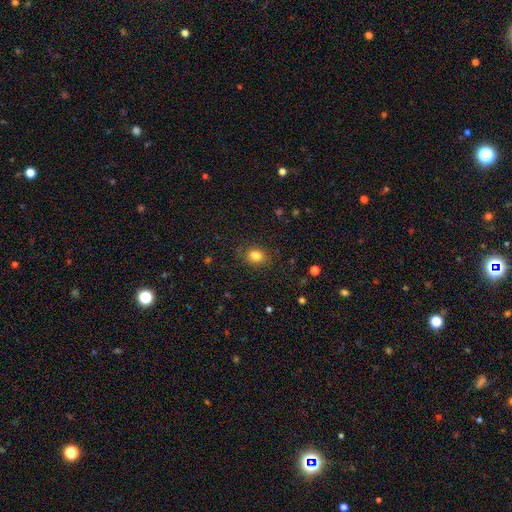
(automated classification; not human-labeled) Smooth or featured? Predicted: smooth (p=0.83). How rounded? Predicted: in between (p=0.62). Merging? Predicted: none (p=0.83).